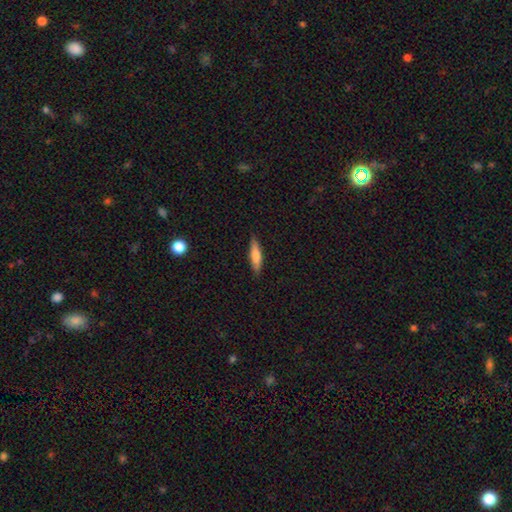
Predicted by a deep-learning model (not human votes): The model was most divided on "smooth or featured": smooth: 71%, featured or disk: 23%, star or artifact: 6%. More confident: merging — none (87%); how rounded — cigar-shaped (75%).